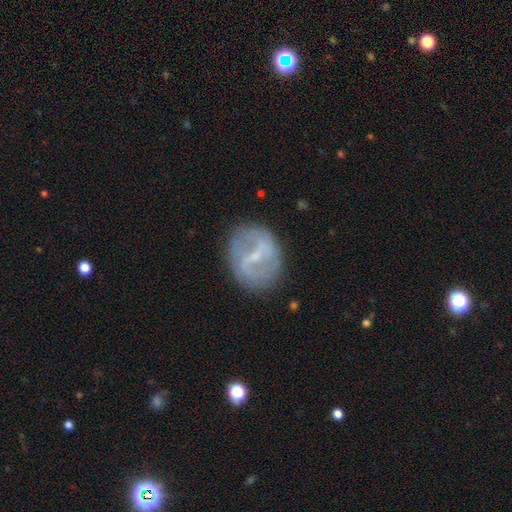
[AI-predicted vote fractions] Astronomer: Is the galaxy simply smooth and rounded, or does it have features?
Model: featured or disk — 72%.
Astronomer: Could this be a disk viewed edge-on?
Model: no — 95%.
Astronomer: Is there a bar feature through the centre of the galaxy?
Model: strong — 47% (runner-up: weak, 41%).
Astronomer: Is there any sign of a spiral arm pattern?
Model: yes — 58% (runner-up: no, 42%).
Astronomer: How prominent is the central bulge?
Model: small — 68%.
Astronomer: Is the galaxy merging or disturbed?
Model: none — 77%.